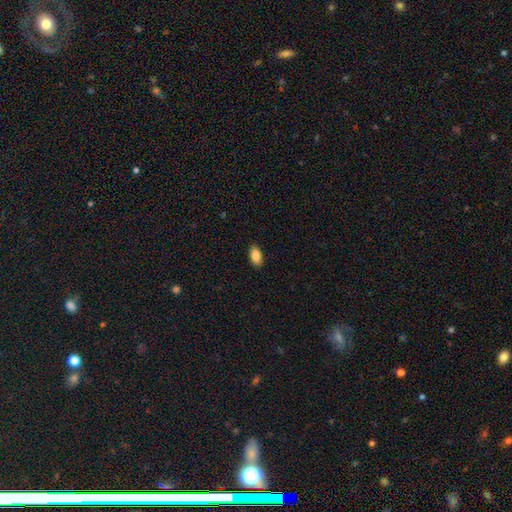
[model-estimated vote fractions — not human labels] This appears to be a smooth galaxy with no disk features (87%) that is in between round and cigar-shaped (92%). Merging: none (89%).